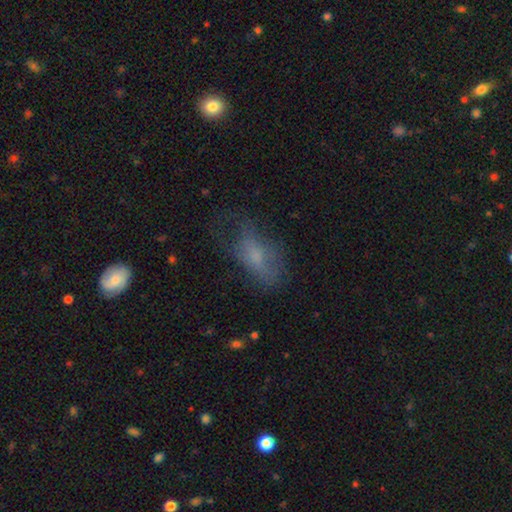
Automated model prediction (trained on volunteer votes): Smooth or featured? smooth (60%)
How rounded? in between (84%)
Merging? none (44%)